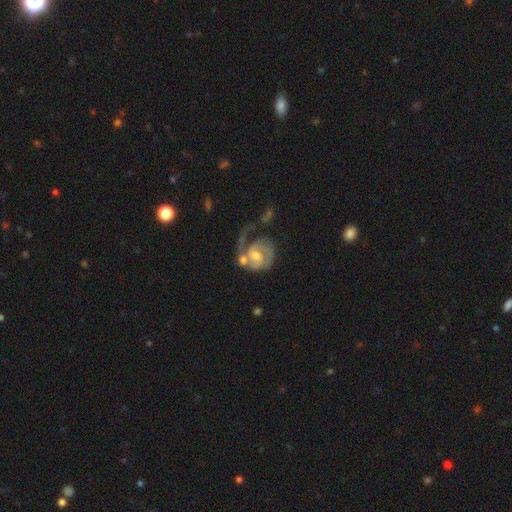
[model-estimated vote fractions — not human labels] A featured or disk galaxy (87%) with no bar (48%), 2 (60%) tight (49%) spiral arms (96%) and a moderate central bulge (51%). Merging: none (36%).